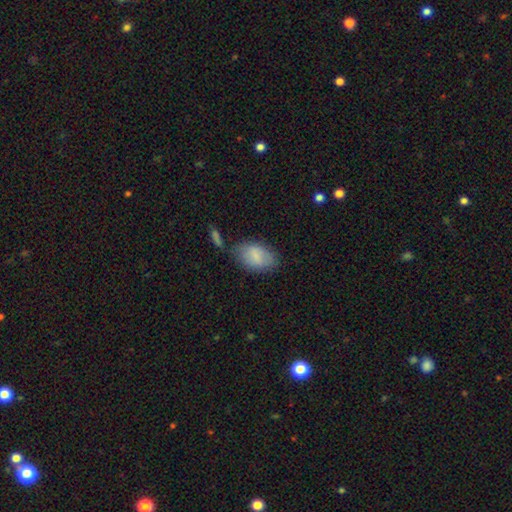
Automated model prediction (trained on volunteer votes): The model was most divided on "merging": none: 61%, minor disturbance: 23%, merger: 10%, major disturbance: 7%. More confident: how rounded — in between (91%); smooth or featured — smooth (81%).